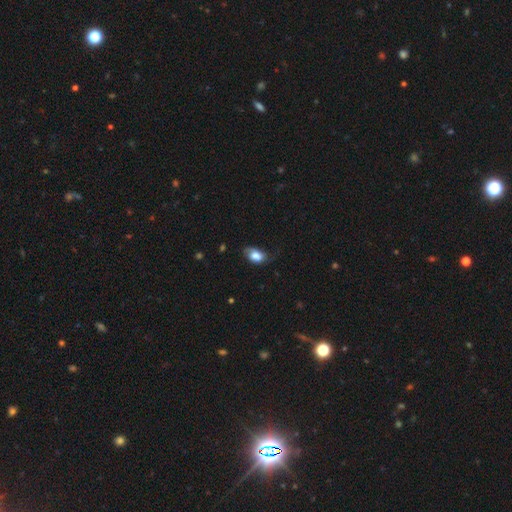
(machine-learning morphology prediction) smooth 73%, featured or disk 19%, star or artifact 8%. Down the decision tree: how rounded — in between (88%); merging — none (47%).